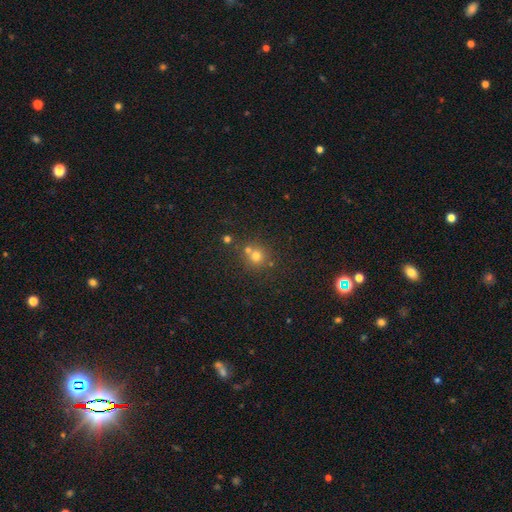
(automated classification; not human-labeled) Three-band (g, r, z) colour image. It shows a smooth galaxy with no disk features (67%) that is round (89%). Merging: none (60%).